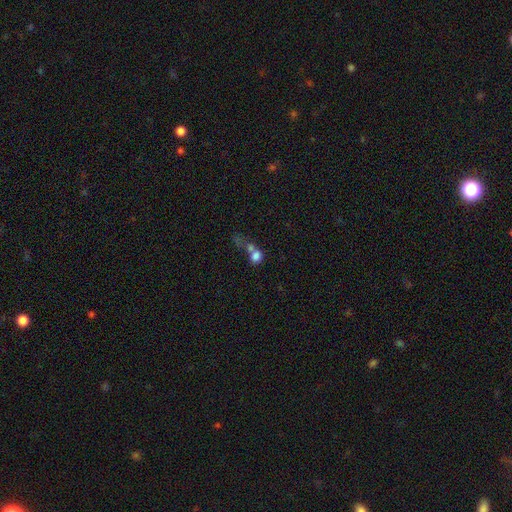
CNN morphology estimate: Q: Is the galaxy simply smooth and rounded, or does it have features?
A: smooth — 73%.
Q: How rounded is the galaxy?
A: round — 64%.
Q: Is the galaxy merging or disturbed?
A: merger — 59%.